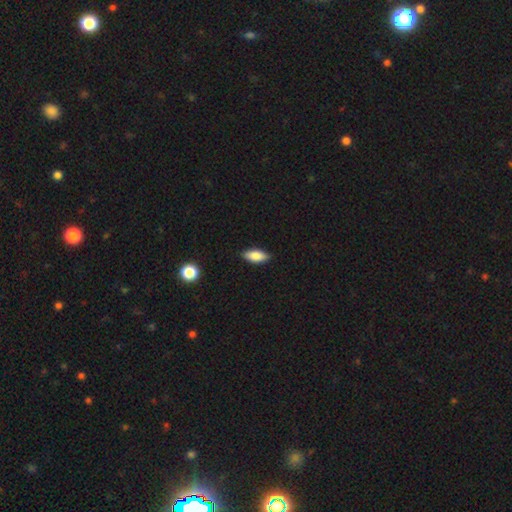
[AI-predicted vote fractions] Smooth or featured? Predicted: smooth (p=0.85). How rounded? Predicted: in between (p=0.84). Merging? Predicted: none (p=0.87).